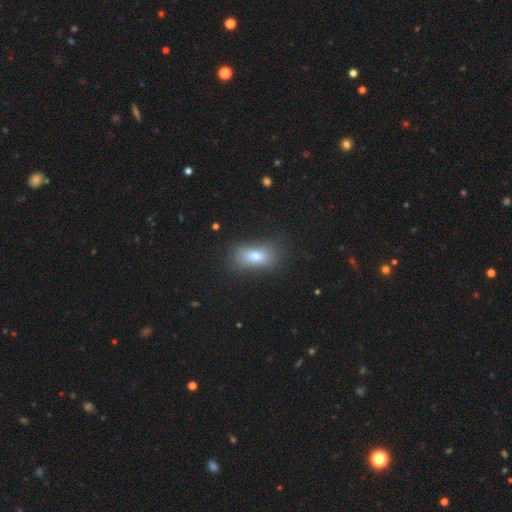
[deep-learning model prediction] A smooth galaxy with no disk features (73%) that is in between round and cigar-shaped (84%).

Vote fractions:
- Smooth or featured? smooth: 73% / featured or disk: 15% / star or artifact: 12%
- How rounded? in between: 84% / round: 10% / cigar-shaped: 6%
- Merging? none: 67% / minor disturbance: 21% / major disturbance: 10% / merger: 3%